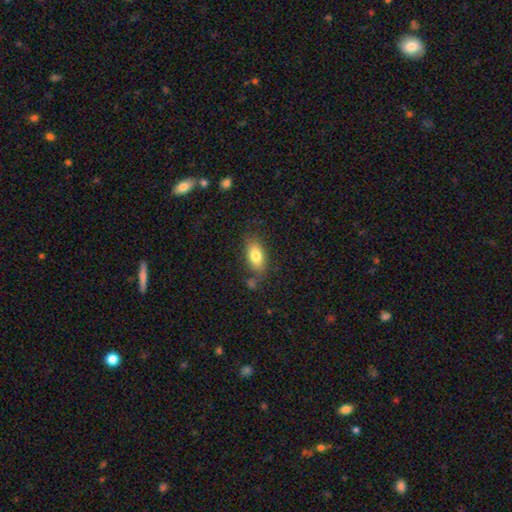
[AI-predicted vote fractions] This is likely a smooth galaxy (79%). How rounded: clearly in between (88%). Merging: likely none (73%).